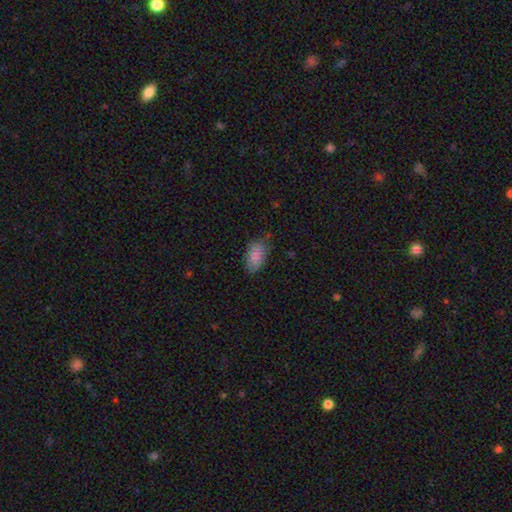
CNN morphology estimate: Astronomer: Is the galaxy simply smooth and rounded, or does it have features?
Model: smooth — 86%.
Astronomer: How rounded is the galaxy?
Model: in between — 93%.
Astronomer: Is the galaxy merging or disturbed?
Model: none — 73%.